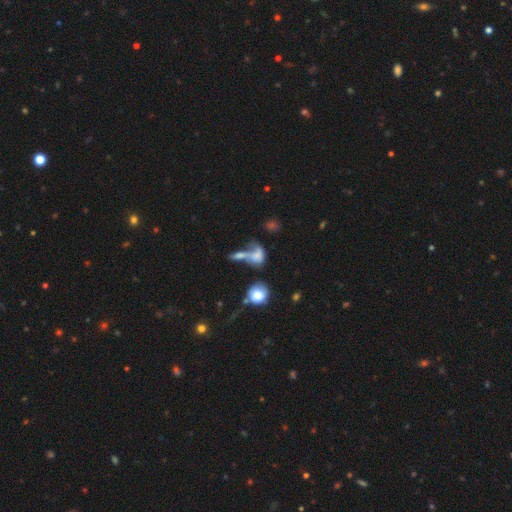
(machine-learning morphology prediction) This appears to be a smooth galaxy with no disk features (56%) that is in between round and cigar-shaped (64%). Merging: merger (49%).